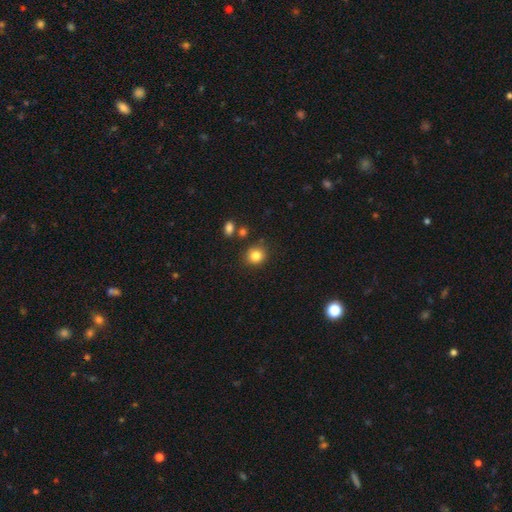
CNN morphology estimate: smooth 84%, star or artifact 11%, featured or disk 6%. Down the decision tree: how rounded — round (81%); merging — none (82%).